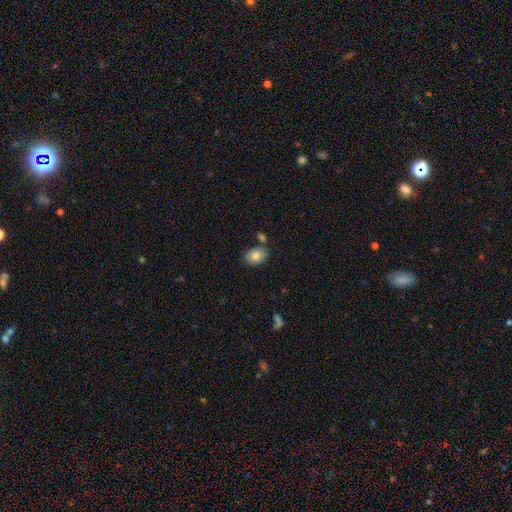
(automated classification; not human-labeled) smooth-or-featured: smooth: 82% | featured or disk: 11% | star or artifact: 7%
  how-rounded: in between: 75% | round: 24% | cigar-shaped: 1%
  merging: none: 75% | minor disturbance: 13% | merger: 9% | major disturbance: 3%